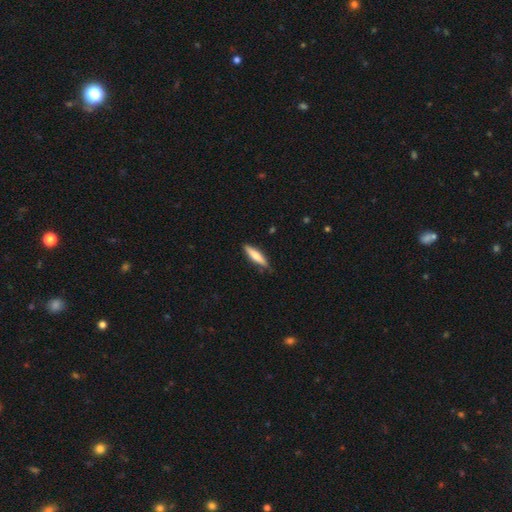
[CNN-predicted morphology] The model was most divided on "smooth or featured": smooth: 68%, featured or disk: 27%, star or artifact: 5%. More confident: merging — none (84%); how rounded — cigar-shaped (80%).